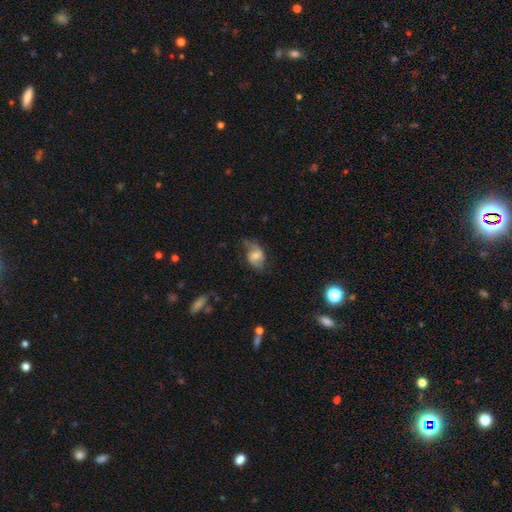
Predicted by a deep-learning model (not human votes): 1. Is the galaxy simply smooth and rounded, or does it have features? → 54% featured or disk, 38% smooth, 8% star or artifact.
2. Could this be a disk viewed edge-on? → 96% no, 4% yes.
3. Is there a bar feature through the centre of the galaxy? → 51% no, 39% weak, 10% strong.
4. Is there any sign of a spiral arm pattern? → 83% yes, 17% no.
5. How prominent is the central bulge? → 52% moderate, 35% small, 7% large, 5% none, 1% dominant.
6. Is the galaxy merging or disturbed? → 55% none, 28% minor disturbance, 15% major disturbance, 2% merger.